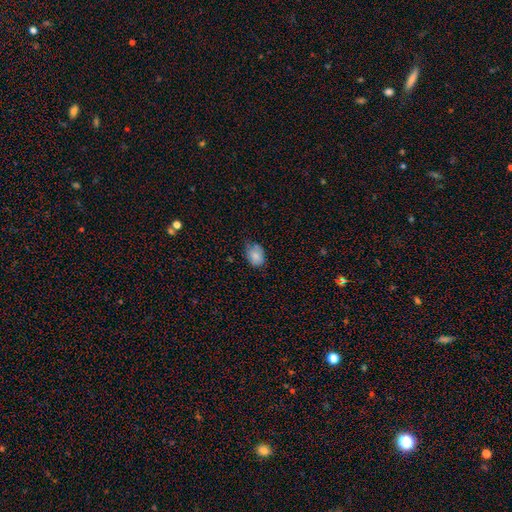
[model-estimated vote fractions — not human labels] smooth_or_featured: smooth (p=0.83) [alt: featured or disk p=0.09]
how_rounded: in between (p=0.63) [alt: round p=0.36]
merging: none (p=0.58) [alt: minor disturbance p=0.34]